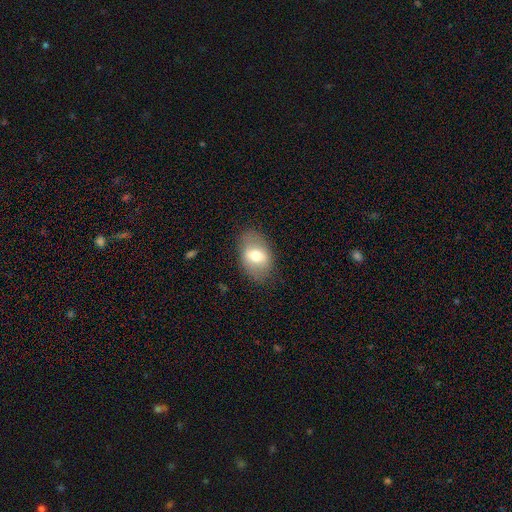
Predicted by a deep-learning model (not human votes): Smooth or featured? Predicted: smooth (p=0.63). How rounded? Predicted: in between (p=0.85). Merging? Predicted: none (p=0.80).